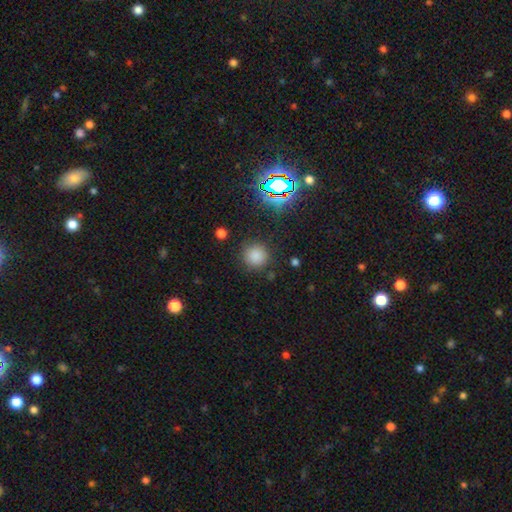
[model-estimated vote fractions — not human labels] Smooth or featured: smooth — 78% (star or artifact — 17%)
How rounded: round — 94% (in between — 5%)
Merging: none — 86% (minor disturbance — 9%)